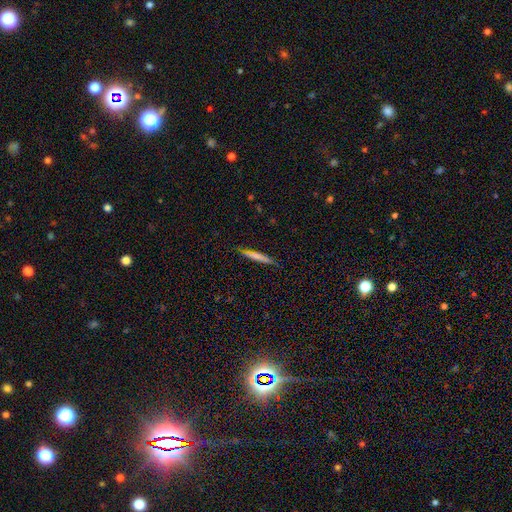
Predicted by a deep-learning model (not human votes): A smooth galaxy with no disk features (68%) that is cigar-shaped (95%).

Vote fractions:
- Smooth or featured? smooth: 68% / featured or disk: 25% / star or artifact: 6%
- How rounded? cigar-shaped: 95% / in between: 4% / round: 1%
- Merging? none: 86% / minor disturbance: 11% / major disturbance: 2% / merger: 1%